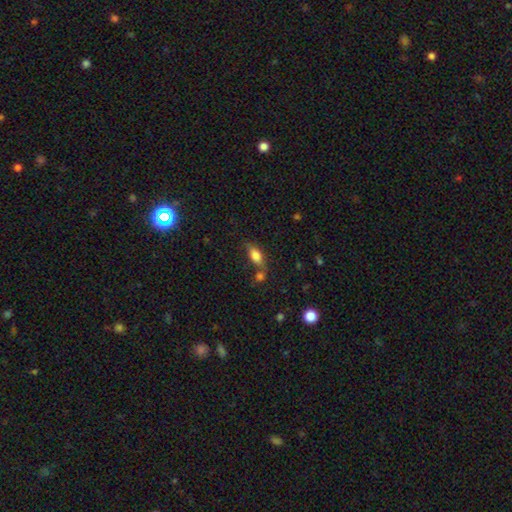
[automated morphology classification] smooth_or_featured: smooth (p=0.77) [alt: featured or disk p=0.14]
how_rounded: in between (p=0.82) [alt: cigar-shaped p=0.12]
merging: none (p=0.55) [alt: merger p=0.22]